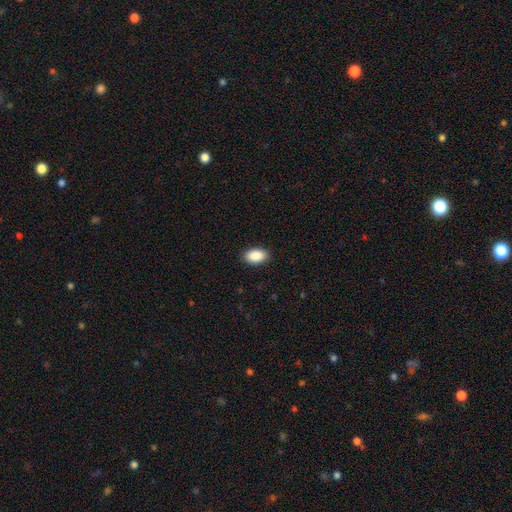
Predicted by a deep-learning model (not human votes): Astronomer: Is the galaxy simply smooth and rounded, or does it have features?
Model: smooth — 90%.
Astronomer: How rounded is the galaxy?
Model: in between — 93%.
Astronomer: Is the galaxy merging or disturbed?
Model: none — 90%.